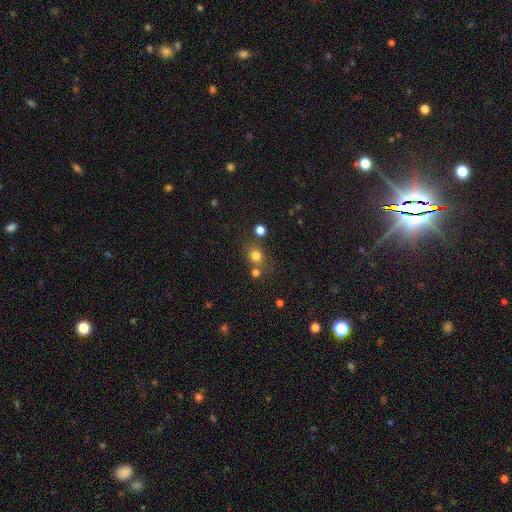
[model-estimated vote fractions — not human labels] This is likely a smooth galaxy (77%). How rounded: likely round (69%). Merging: likely none (68%).